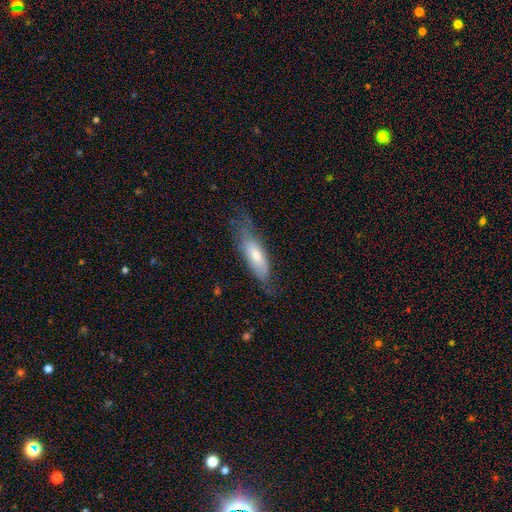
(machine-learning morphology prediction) Q: Smooth or featured?
A: smooth (58%); runner-up: featured or disk (35%)
Q: How rounded?
A: in between (57%); runner-up: cigar-shaped (41%)
Q: Merging?
A: none (55%); runner-up: minor disturbance (29%)